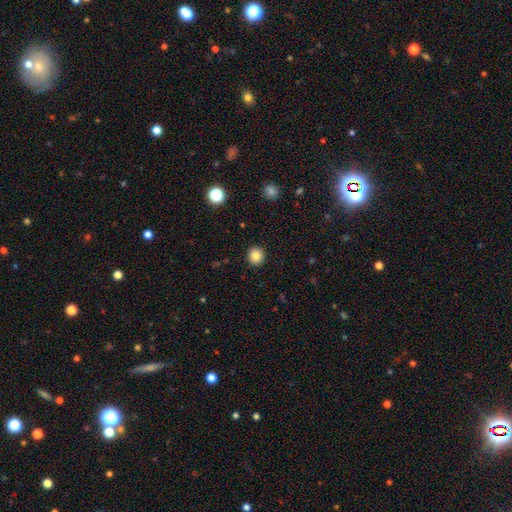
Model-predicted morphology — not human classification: The model was most divided on "smooth or featured": smooth: 84%, star or artifact: 11%, featured or disk: 6%. More confident: merging — none (92%); how rounded — round (91%).